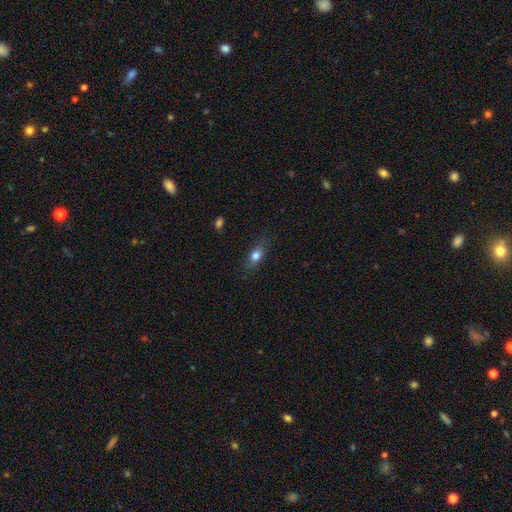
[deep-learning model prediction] smooth 77%, featured or disk 15%, star or artifact 9%. Down the decision tree: how rounded — in between (72%); merging — none (78%).